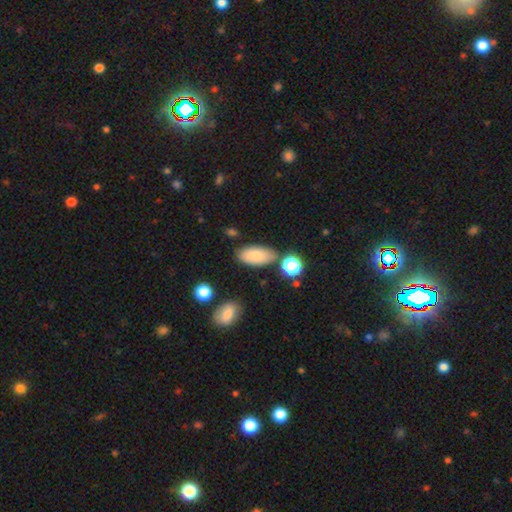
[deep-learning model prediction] smooth_or_featured: smooth (p=0.82) [alt: featured or disk p=0.10]
how_rounded: in between (p=0.92) [alt: cigar-shaped p=0.05]
merging: none (p=0.77) [alt: minor disturbance p=0.13]